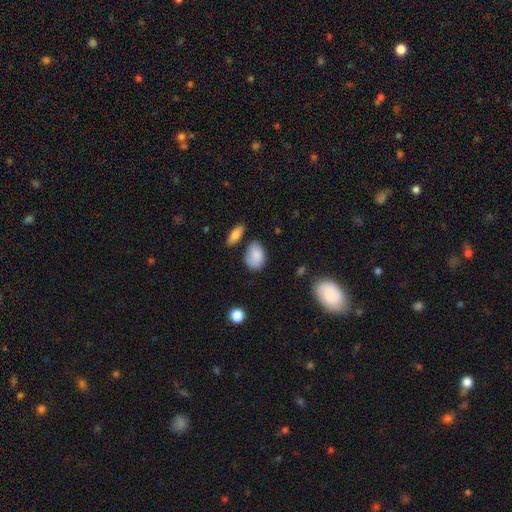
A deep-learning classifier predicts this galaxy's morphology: type=smooth (82%); roundness=in between (79%); merging=none (57%).